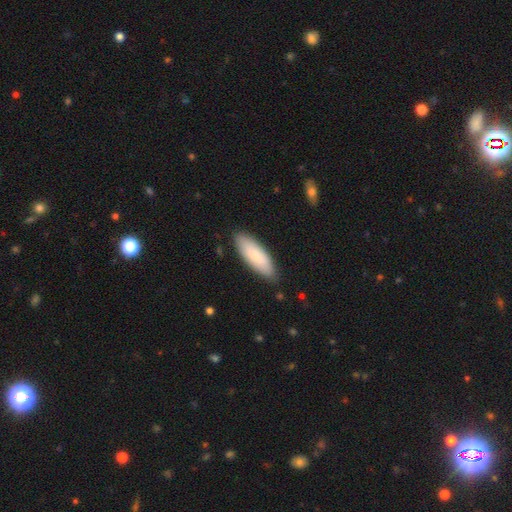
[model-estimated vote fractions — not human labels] Q: Smooth or featured?
A: smooth (79%); runner-up: featured or disk (15%)
Q: How rounded?
A: in between (65%); runner-up: cigar-shaped (34%)
Q: Merging?
A: none (85%); runner-up: minor disturbance (12%)